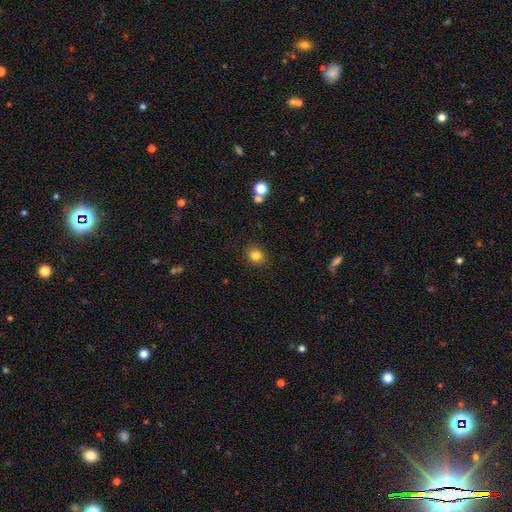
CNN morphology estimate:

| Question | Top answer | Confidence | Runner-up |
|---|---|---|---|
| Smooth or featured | smooth | 82% | star or artifact (12%) |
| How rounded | round | 78% | in between (21%) |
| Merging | none | 89% | minor disturbance (7%) |